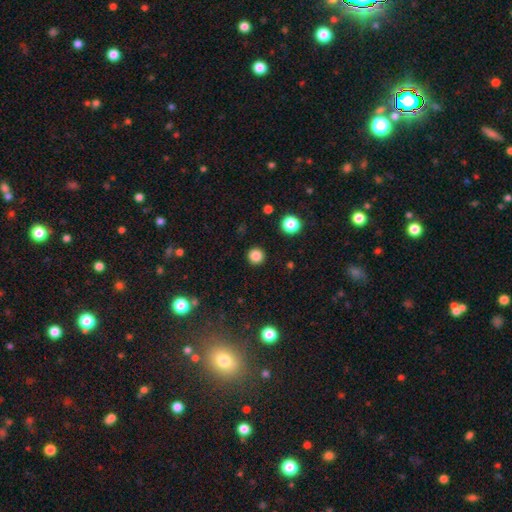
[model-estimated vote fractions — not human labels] The model was most divided on "smooth or featured": smooth: 85%, star or artifact: 12%, featured or disk: 3%. More confident: how rounded — round (96%); merging — none (92%).